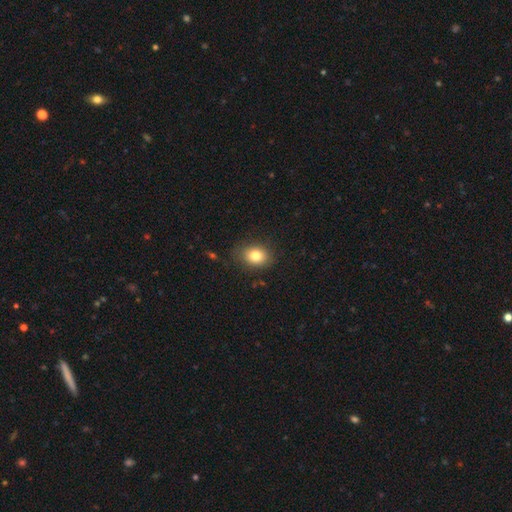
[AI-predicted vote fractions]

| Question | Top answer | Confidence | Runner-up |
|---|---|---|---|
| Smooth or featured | smooth | 81% | star or artifact (10%) |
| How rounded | in between | 58% | round (41%) |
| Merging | none | 83% | minor disturbance (13%) |